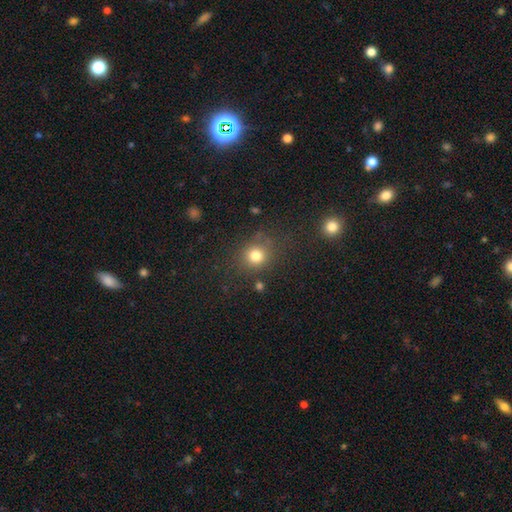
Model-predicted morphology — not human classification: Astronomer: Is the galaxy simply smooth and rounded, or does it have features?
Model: smooth — 80%.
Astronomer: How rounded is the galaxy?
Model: round — 84%.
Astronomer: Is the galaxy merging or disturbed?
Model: none — 76%.